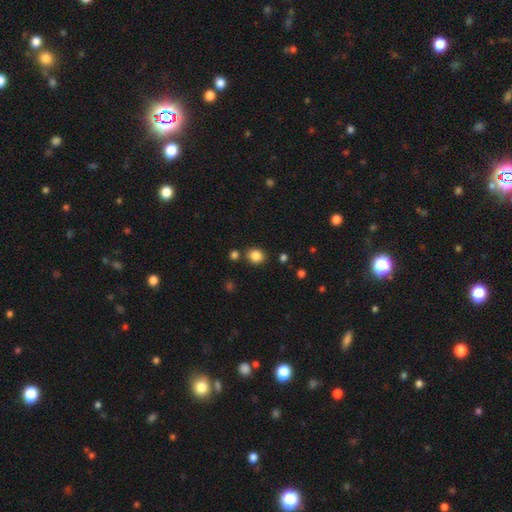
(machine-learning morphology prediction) Smooth or featured? Predicted: smooth (p=0.85). How rounded? Predicted: round (p=0.69). Merging? Predicted: none (p=0.82).